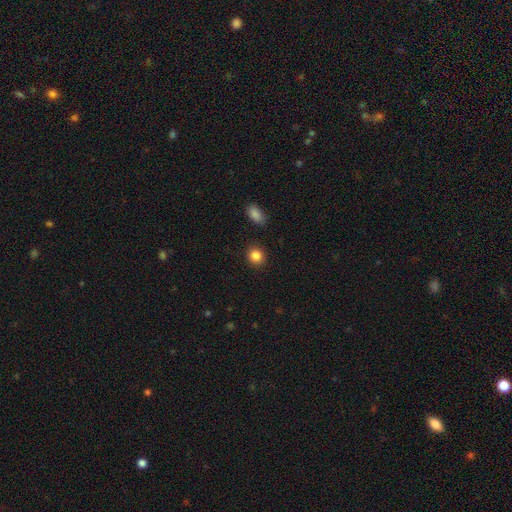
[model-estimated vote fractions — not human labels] smooth-or-featured: smooth: 86% | star or artifact: 10% | featured or disk: 4%
  how-rounded: round: 83% | in between: 16% | cigar-shaped: 1%
  merging: none: 90% | minor disturbance: 6% | major disturbance: 2% | merger: 2%